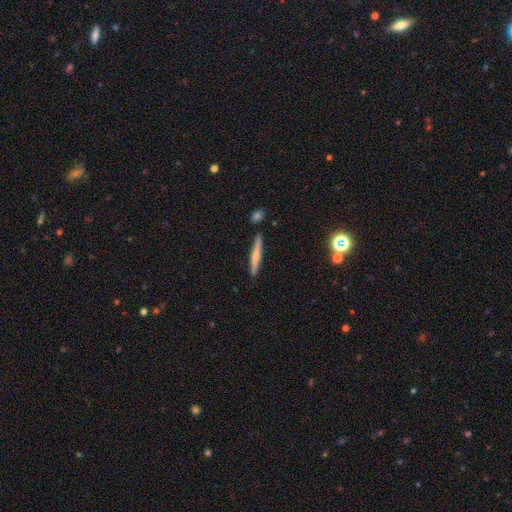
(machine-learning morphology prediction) A smooth galaxy with no disk features (52%) that is cigar-shaped (94%). Merging: none (88%).